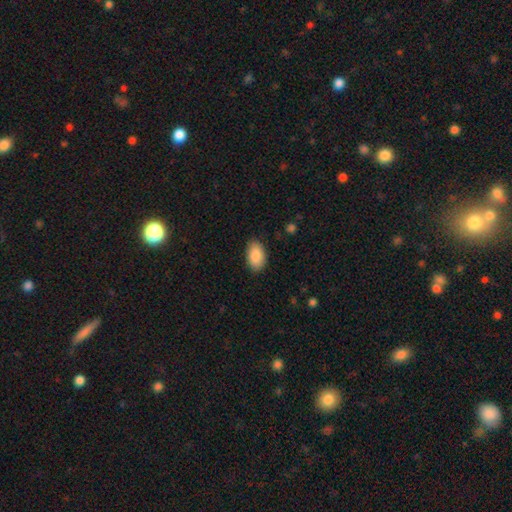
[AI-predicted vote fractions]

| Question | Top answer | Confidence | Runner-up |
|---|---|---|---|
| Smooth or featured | smooth | 89% | star or artifact (6%) |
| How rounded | in between | 94% | round (5%) |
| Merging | none | 87% | minor disturbance (10%) |